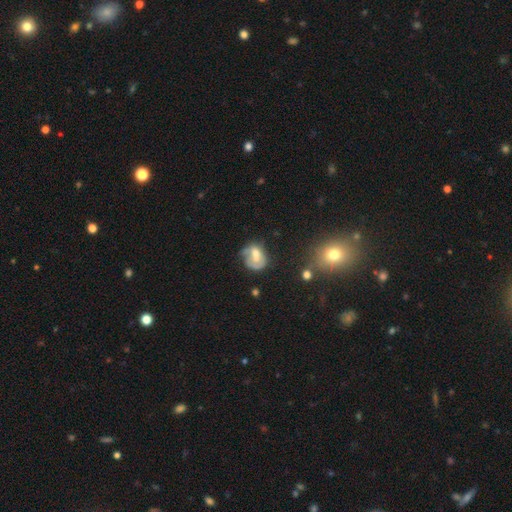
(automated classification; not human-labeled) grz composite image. It shows a smooth galaxy with no disk features (46%). Merging: none (39%).